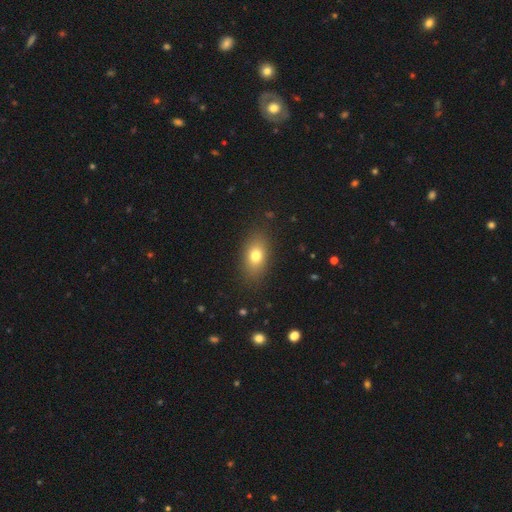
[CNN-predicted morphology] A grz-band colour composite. It shows a smooth galaxy with no disk features (76%) that is in between round and cigar-shaped (83%). Merging: none (86%).